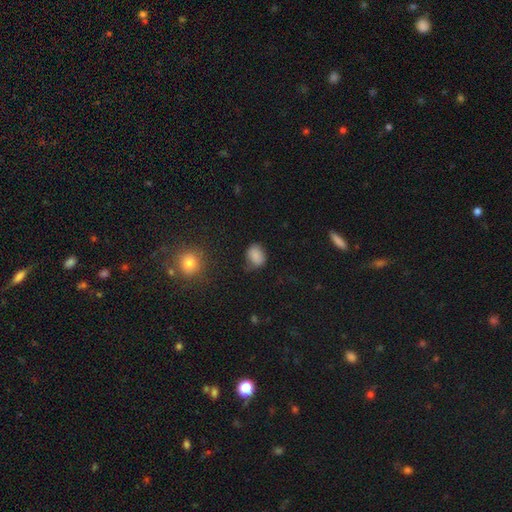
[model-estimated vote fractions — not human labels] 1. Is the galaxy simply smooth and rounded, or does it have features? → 81% smooth, 11% star or artifact, 8% featured or disk.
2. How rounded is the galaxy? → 59% in between, 40% round, 1% cigar-shaped.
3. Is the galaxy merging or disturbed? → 61% none, 29% minor disturbance, 8% major disturbance, 2% merger.